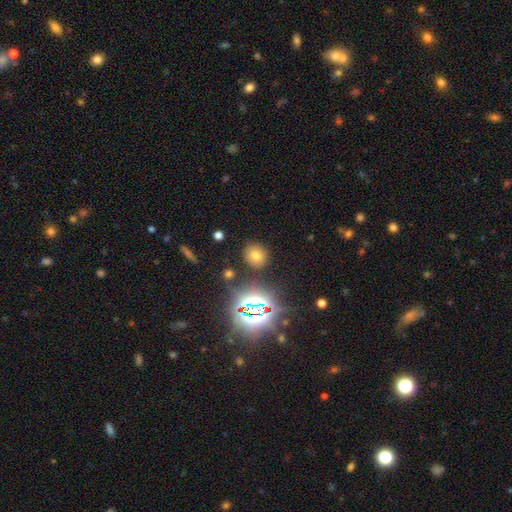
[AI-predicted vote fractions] This appears to be a smooth galaxy with no disk features (66%) that is round (81%). Merging: none (85%).